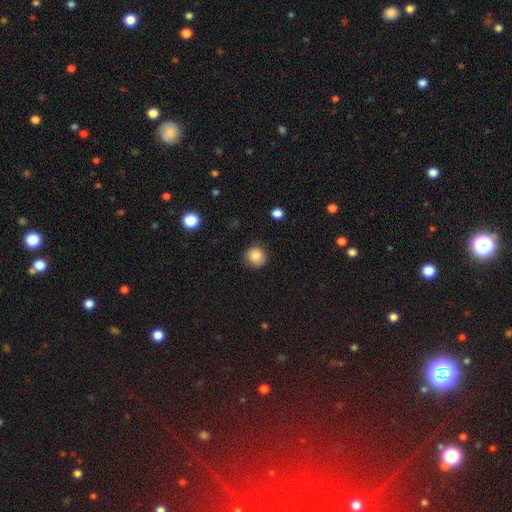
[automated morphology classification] The model was most divided on "merging": none: 84%, minor disturbance: 12%, major disturbance: 3%, merger: 1%. More confident: how rounded — round (90%); smooth or featured — smooth (86%).